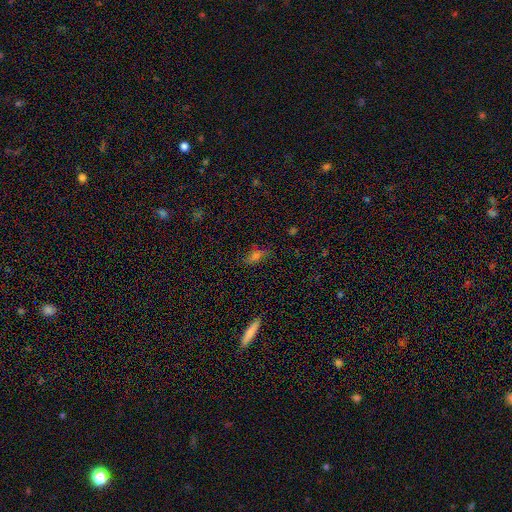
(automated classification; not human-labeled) Smooth or featured? Predicted: smooth (p=0.62). How rounded? Predicted: in between (p=0.71). Merging? Predicted: none (p=0.77).